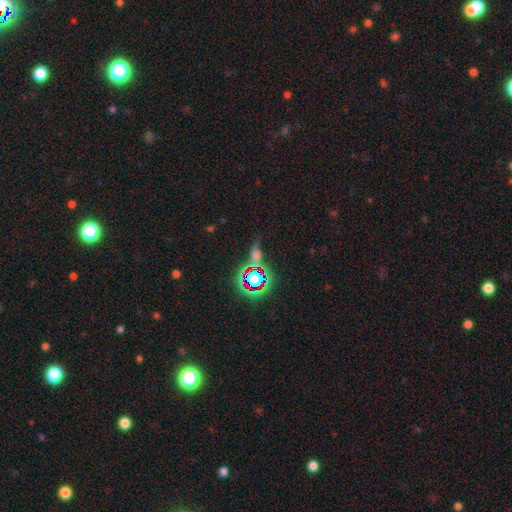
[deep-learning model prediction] smooth-or-featured: star or artifact: 47% | smooth: 32% | featured or disk: 21%